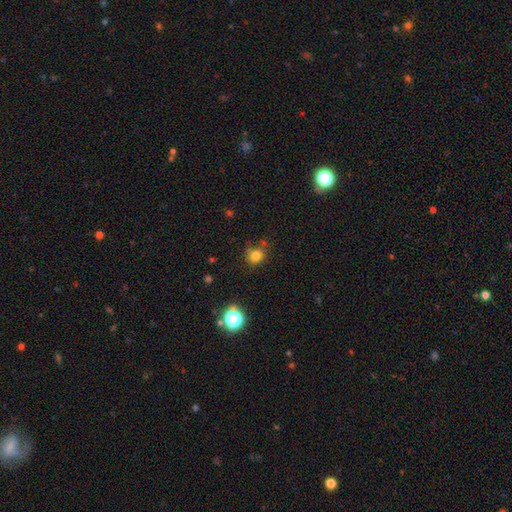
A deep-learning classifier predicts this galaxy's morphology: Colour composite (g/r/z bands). It shows a smooth galaxy with no disk features (78%) that is round (79%). Merging: none (72%).